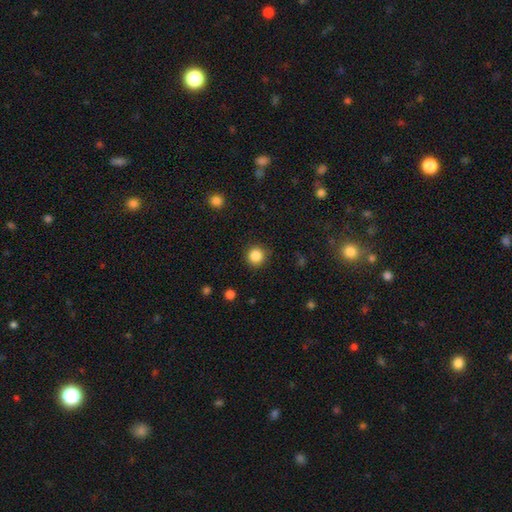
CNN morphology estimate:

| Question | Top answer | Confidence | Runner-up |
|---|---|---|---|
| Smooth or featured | smooth | 86% | star or artifact (11%) |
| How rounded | round | 94% | in between (5%) |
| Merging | none | 90% | minor disturbance (7%) |